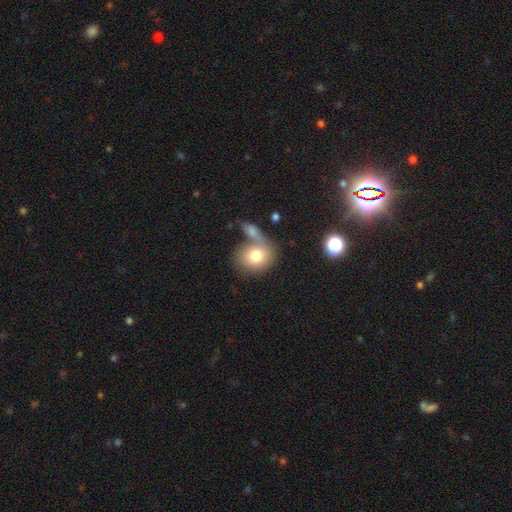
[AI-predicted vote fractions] A smooth galaxy with no disk features (76%) that is round (59%). Merging: merger (40%).